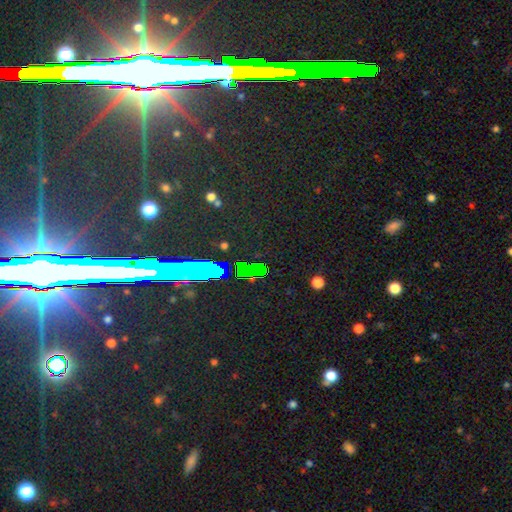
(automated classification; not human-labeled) Smooth or featured?
  - star or artifact: 85% *
  - featured or disk: 8%
  - smooth: 7%